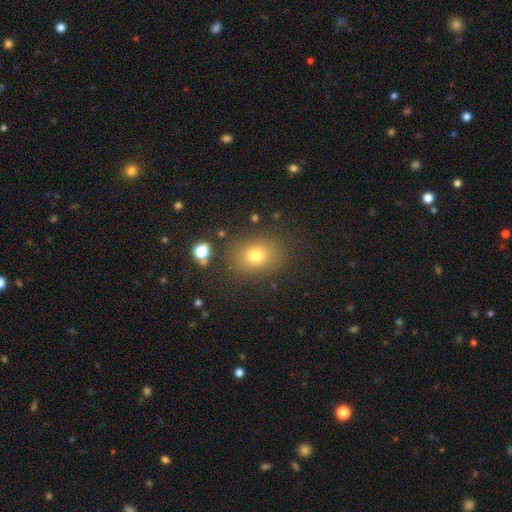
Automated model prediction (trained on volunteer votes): Smooth or featured? smooth (74%)
How rounded? in between (53%)
Merging? none (83%)